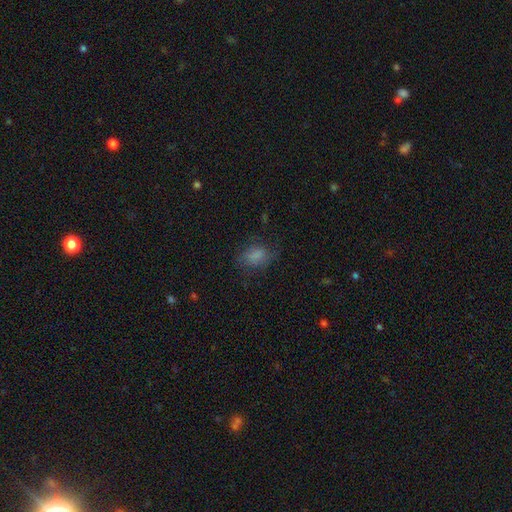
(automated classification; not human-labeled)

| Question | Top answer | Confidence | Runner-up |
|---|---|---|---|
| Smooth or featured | smooth | 78% | star or artifact (11%) |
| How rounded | in between | 74% | round (24%) |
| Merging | none | 65% | minor disturbance (22%) |